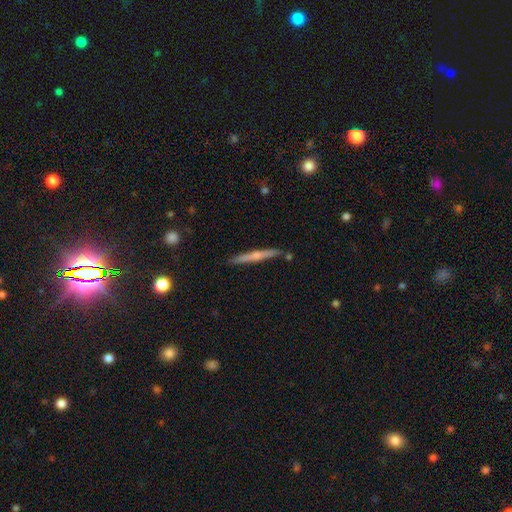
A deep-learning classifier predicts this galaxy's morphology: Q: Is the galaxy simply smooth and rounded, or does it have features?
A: featured or disk — 61%.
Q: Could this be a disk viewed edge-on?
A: yes — 97%.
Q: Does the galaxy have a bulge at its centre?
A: rounded — 72%.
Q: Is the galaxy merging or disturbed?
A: none — 88%.